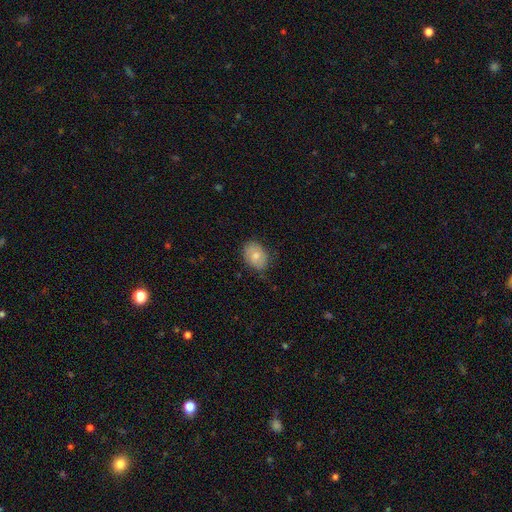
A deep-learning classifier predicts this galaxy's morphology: The model was most divided on "how rounded": in between: 77%, round: 22%, cigar-shaped: 1%. More confident: merging — none (76%); smooth or featured — smooth (76%).